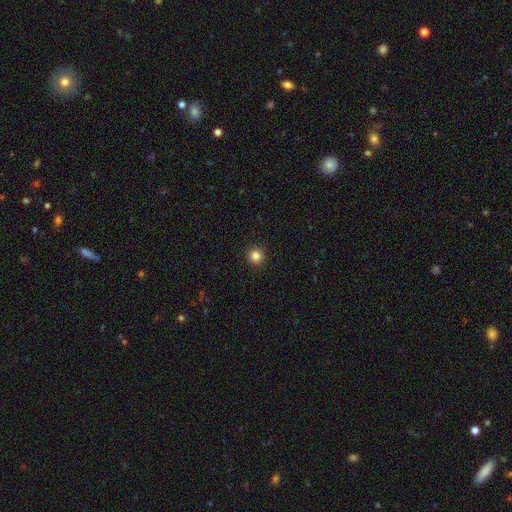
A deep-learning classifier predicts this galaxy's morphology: type=smooth (84%); roundness=round (96%); merging=none (93%).